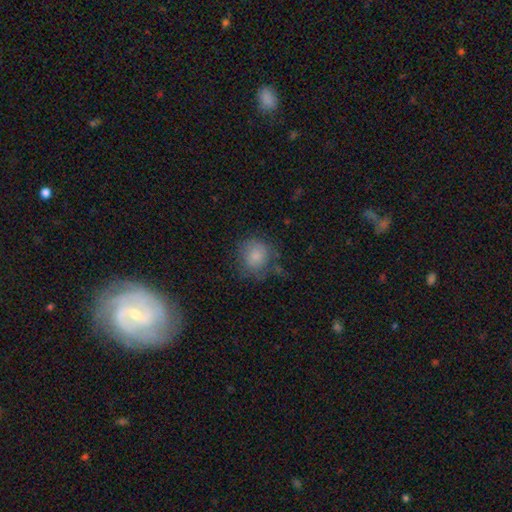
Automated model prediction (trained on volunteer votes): Smooth or featured? smooth (81%)
How rounded? round (81%)
Merging? none (64%)